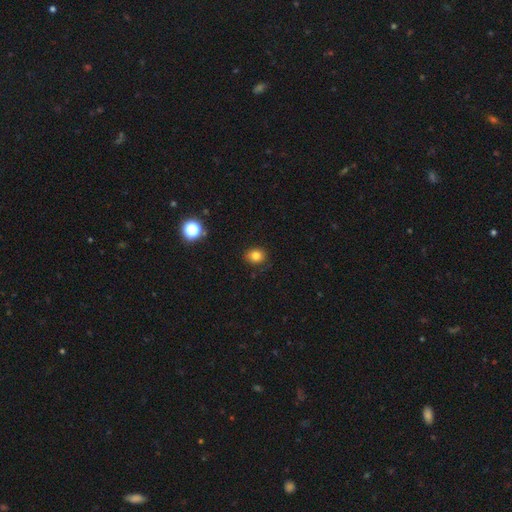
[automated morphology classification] A smooth galaxy with no disk features (80%) that is round (67%). Merging: none (85%).